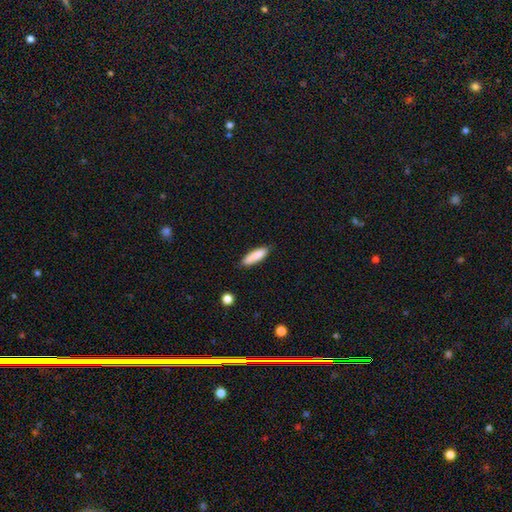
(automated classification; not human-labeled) Smooth or featured? smooth (87%)
How rounded? cigar-shaped (64%)
Merging? none (83%)